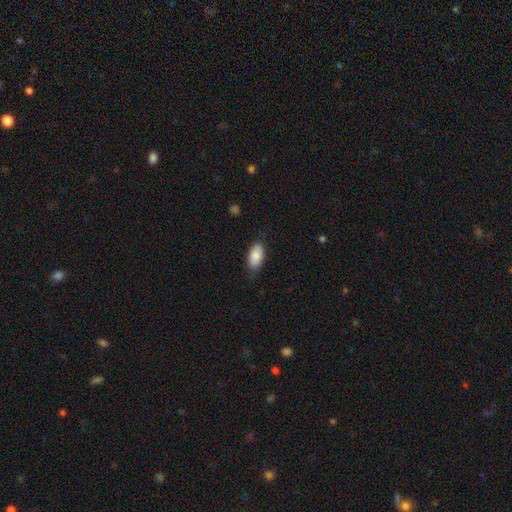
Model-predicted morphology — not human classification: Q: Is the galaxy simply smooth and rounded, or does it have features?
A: smooth — 86%.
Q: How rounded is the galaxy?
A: in between — 93%.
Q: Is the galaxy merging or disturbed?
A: none — 78%.